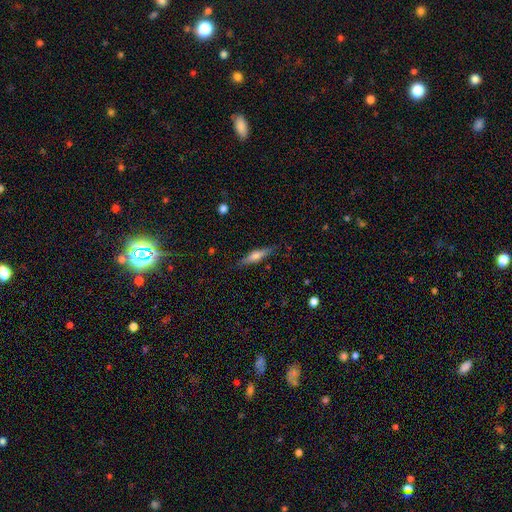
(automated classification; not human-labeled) Q: Smooth or featured?
A: smooth (50%); runner-up: featured or disk (44%)
Q: Merging?
A: none (85%); runner-up: minor disturbance (11%)